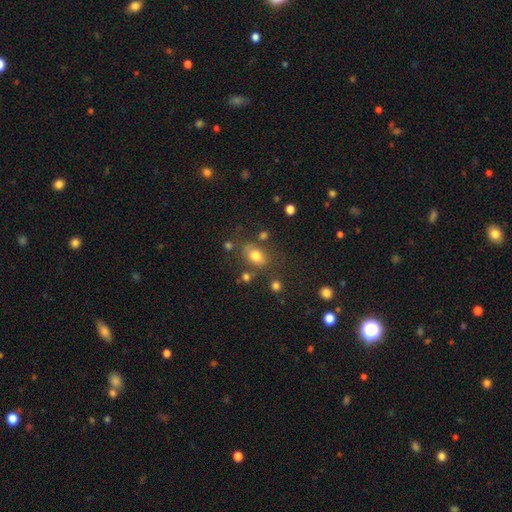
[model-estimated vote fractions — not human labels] This is likely a smooth galaxy (77%). How rounded: likely in between (76%). Merging: likely none (68%).